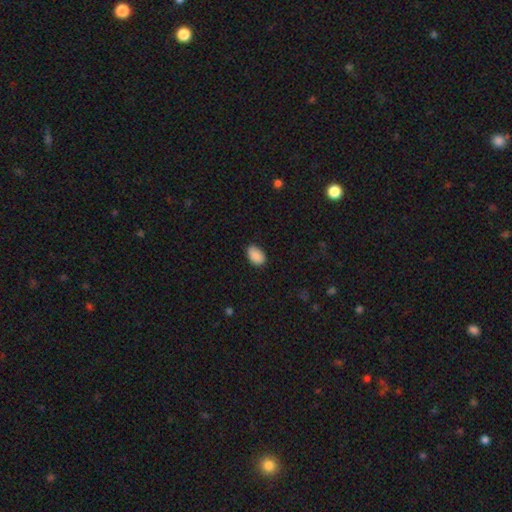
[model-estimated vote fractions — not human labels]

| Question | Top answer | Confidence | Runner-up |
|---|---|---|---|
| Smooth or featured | smooth | 90% | star or artifact (7%) |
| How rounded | in between | 90% | round (8%) |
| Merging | none | 82% | minor disturbance (15%) |